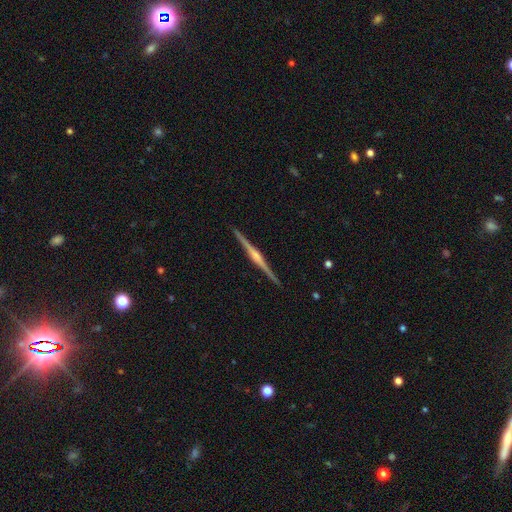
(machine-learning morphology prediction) smooth-or-featured: featured or disk: 86% | smooth: 9% | star or artifact: 5%
  disk-edge-on: yes: 99% | no: 1%
    edge-on-bulge: rounded: 77% | boxy: 14% | none: 9%
  merging: none: 93% | minor disturbance: 5% | major disturbance: 1% | merger: 1%